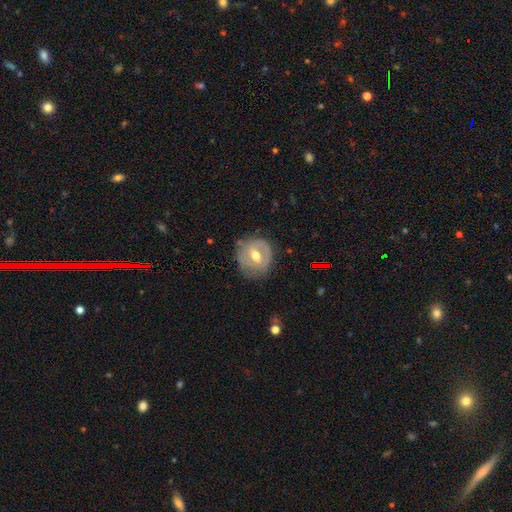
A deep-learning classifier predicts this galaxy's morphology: Smooth or featured?
  - featured or disk: 59% *
  - smooth: 35%
  - star or artifact: 6%
Edge-on disk?
  - no: 95% *
  - yes: 5%
Bar?
  - weak: 48% *
  - no: 32%
  - strong: 20%
Spiral arms?
  - no: 52% *
  - yes: 48%
Bulge size?
  - moderate: 77% *
  - small: 11%
  - large: 9%
  - none: 1%
  - dominant: 1%
Merging?
  - none: 67% *
  - minor disturbance: 23%
  - major disturbance: 8%
  - merger: 2%